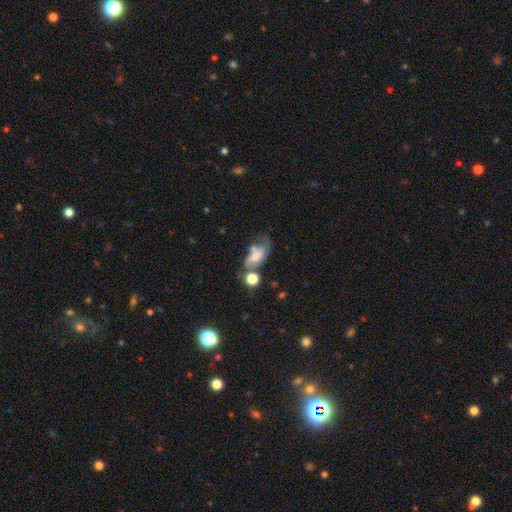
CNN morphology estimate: The model was most divided on "merging": major disturbance: 28%, merger: 27%, none: 24%, minor disturbance: 21%. More confident: how rounded — in between (83%); smooth or featured — smooth (59%).